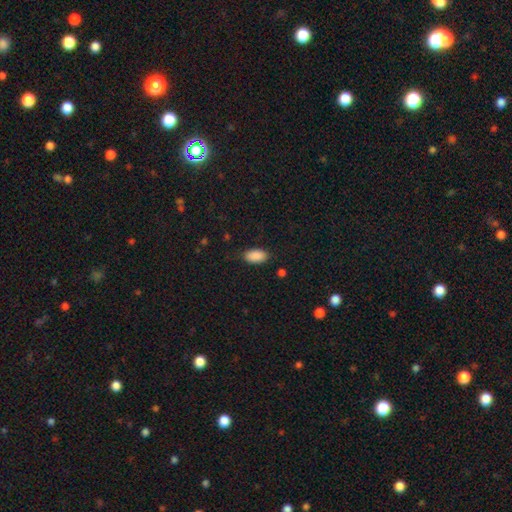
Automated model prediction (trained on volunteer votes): This is clearly a smooth galaxy (89%). How rounded: clearly in between (94%). Merging: clearly none (83%).